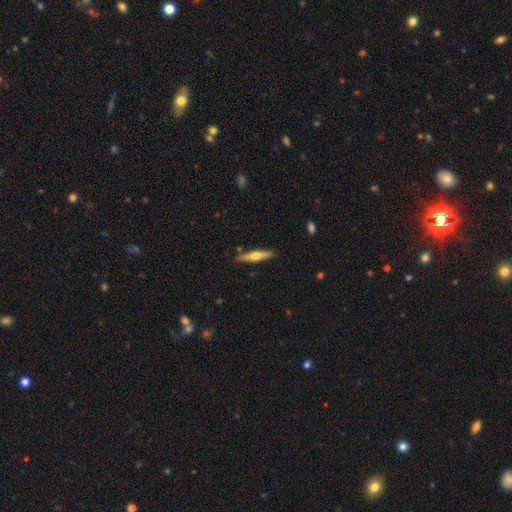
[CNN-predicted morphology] Overall: featured or disk (49%; smooth 45%). Merging: none (86%).